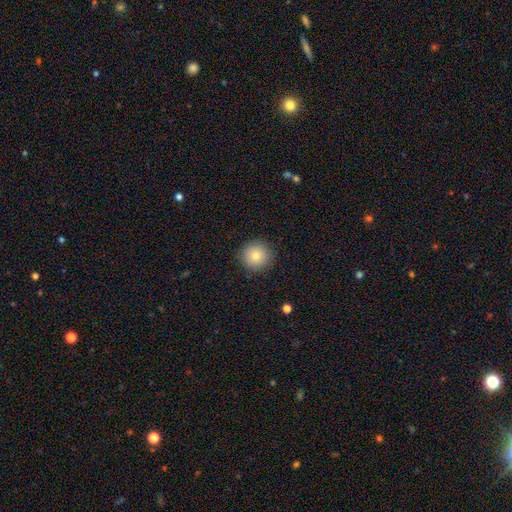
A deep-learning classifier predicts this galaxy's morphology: type=smooth (80%); roundness=round (95%); merging=none (90%).